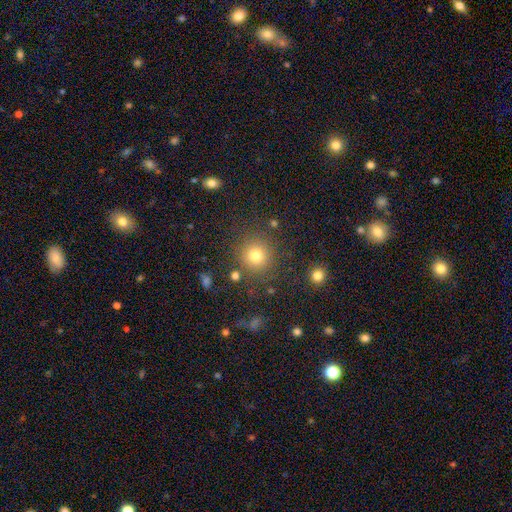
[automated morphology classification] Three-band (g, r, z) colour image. It shows a smooth galaxy with no disk features (78%) that is round (92%). Merging: none (83%).